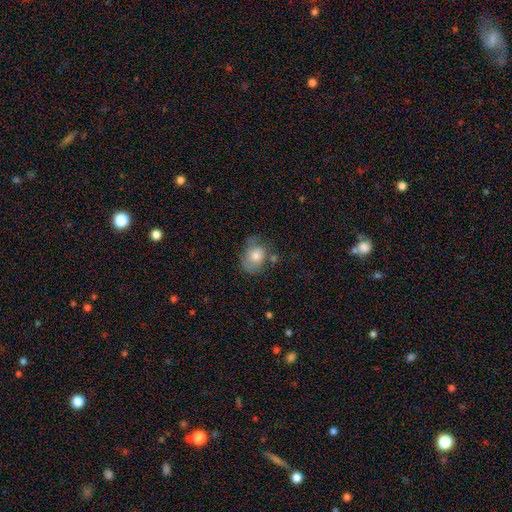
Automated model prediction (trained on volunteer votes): smooth 63%, featured or disk 29%, star or artifact 9%. Down the decision tree: how rounded — in between (59%); merging — none (45%).